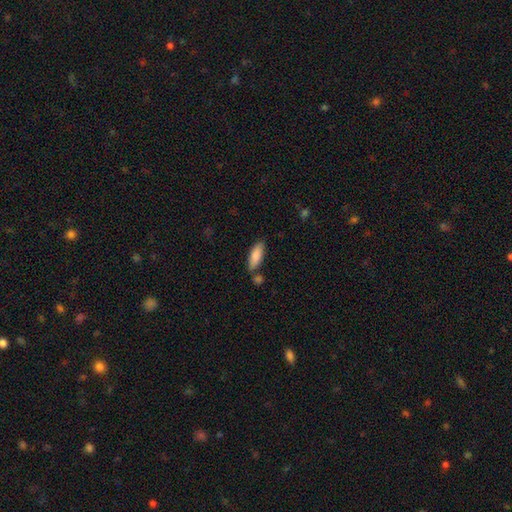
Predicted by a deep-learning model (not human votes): A smooth galaxy with no disk features (86%) that is in between round and cigar-shaped (68%).

Vote fractions:
- Smooth or featured? smooth: 86% / featured or disk: 8% / star or artifact: 6%
- How rounded? in between: 68% / cigar-shaped: 30% / round: 2%
- Merging? none: 72% / minor disturbance: 14% / merger: 10% / major disturbance: 3%